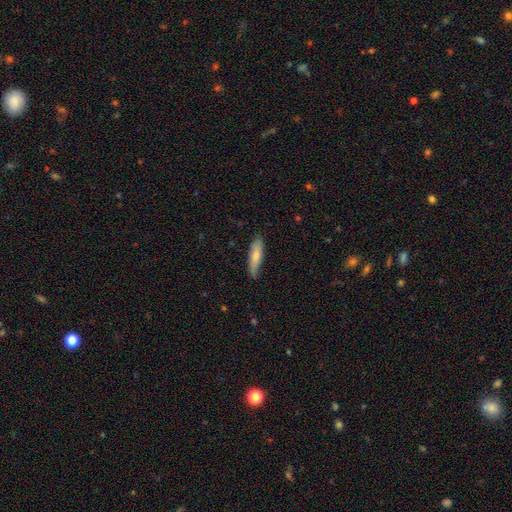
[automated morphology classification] Smooth or featured: smooth — 73% (featured or disk — 22%)
How rounded: cigar-shaped — 63% (in between — 36%)
Merging: none — 76% (minor disturbance — 19%)